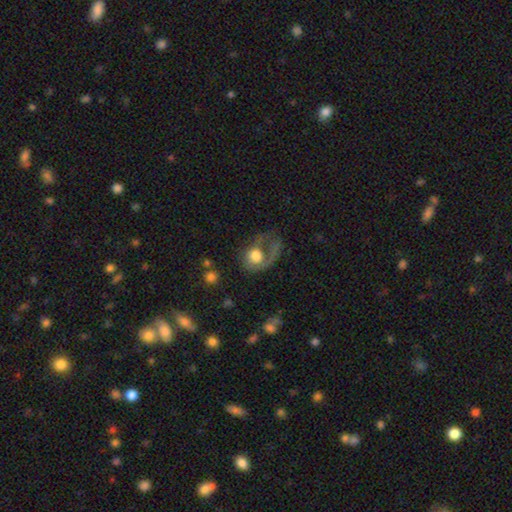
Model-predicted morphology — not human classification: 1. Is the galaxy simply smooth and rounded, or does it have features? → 47% smooth, 44% featured or disk, 9% star or artifact.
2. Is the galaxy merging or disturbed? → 58% major disturbance, 22% none, 15% minor disturbance, 5% merger.